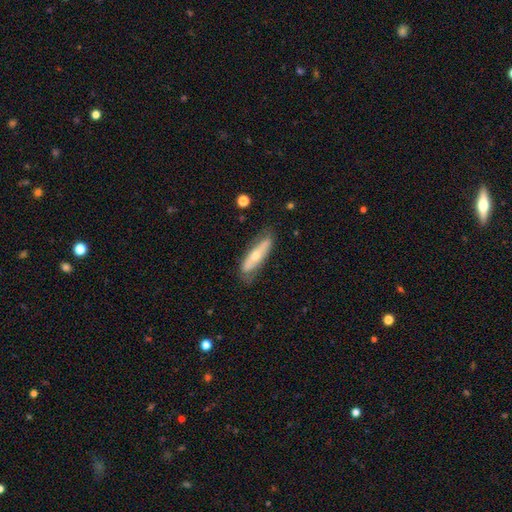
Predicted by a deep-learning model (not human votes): Smooth or featured?
  - featured or disk: 48% *
  - smooth: 46%
  - star or artifact: 6%
Merging?
  - none: 71% *
  - minor disturbance: 21%
  - major disturbance: 6%
  - merger: 2%